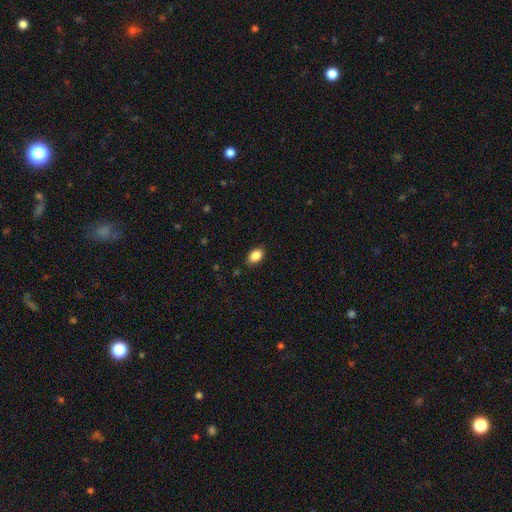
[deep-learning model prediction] This is clearly a smooth galaxy (87%). How rounded: clearly in between (85%). Merging: clearly none (87%).